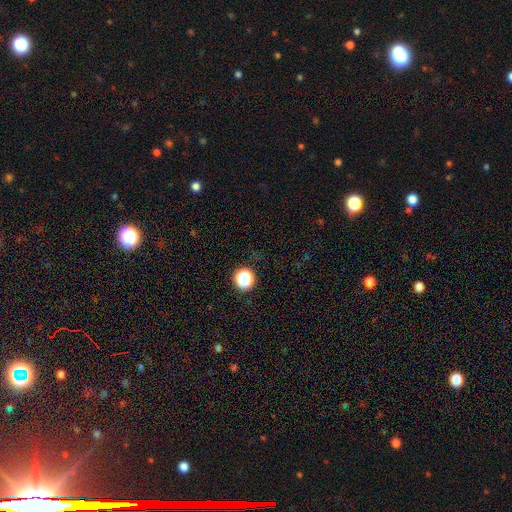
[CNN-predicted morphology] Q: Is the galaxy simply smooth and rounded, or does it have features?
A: star or artifact — 57%.